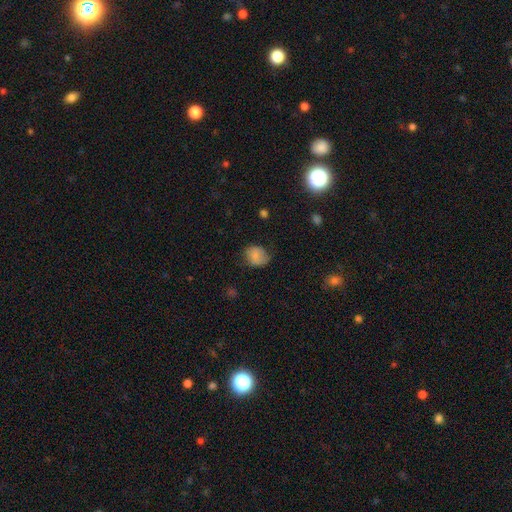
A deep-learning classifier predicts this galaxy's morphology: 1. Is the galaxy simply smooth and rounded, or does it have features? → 77% smooth, 14% featured or disk, 9% star or artifact.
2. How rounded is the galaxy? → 54% round, 45% in between, 1% cigar-shaped.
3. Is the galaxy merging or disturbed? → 67% none, 24% minor disturbance, 7% major disturbance, 1% merger.